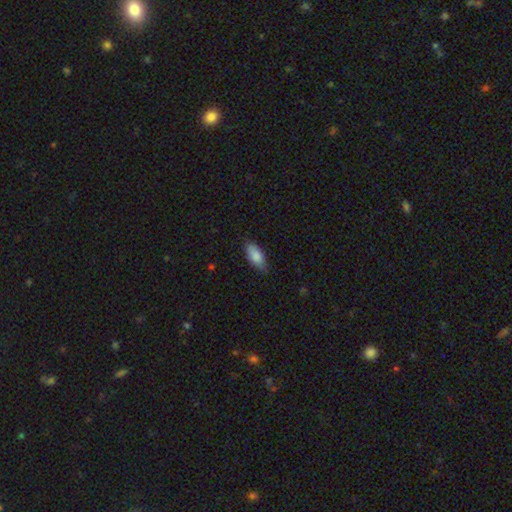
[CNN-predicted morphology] Q: Smooth or featured?
A: smooth (85%); runner-up: featured or disk (9%)
Q: How rounded?
A: in between (83%); runner-up: cigar-shaped (15%)
Q: Merging?
A: none (79%); runner-up: minor disturbance (17%)